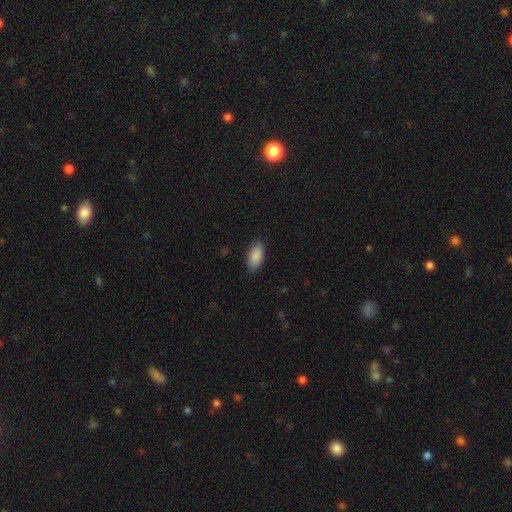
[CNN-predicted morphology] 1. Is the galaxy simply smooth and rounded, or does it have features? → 90% smooth, 6% star or artifact, 4% featured or disk.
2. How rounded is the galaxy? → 94% in between, 4% cigar-shaped, 2% round.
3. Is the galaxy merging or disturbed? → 86% none, 10% minor disturbance, 2% major disturbance, 1% merger.